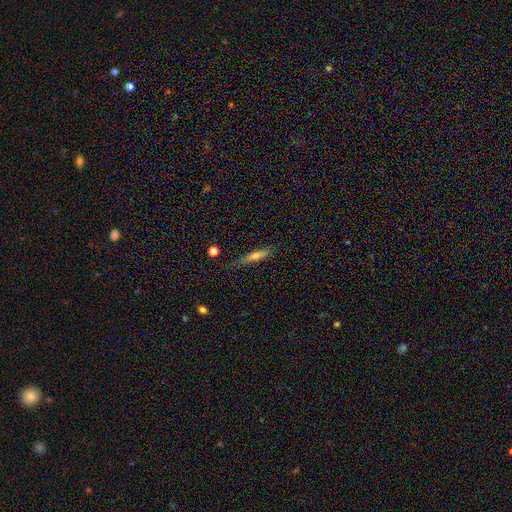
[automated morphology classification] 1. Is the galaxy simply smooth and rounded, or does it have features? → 55% smooth, 37% featured or disk, 8% star or artifact.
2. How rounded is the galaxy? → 84% cigar-shaped, 13% in between, 2% round.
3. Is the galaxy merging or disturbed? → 77% none, 17% minor disturbance, 4% major disturbance, 2% merger.